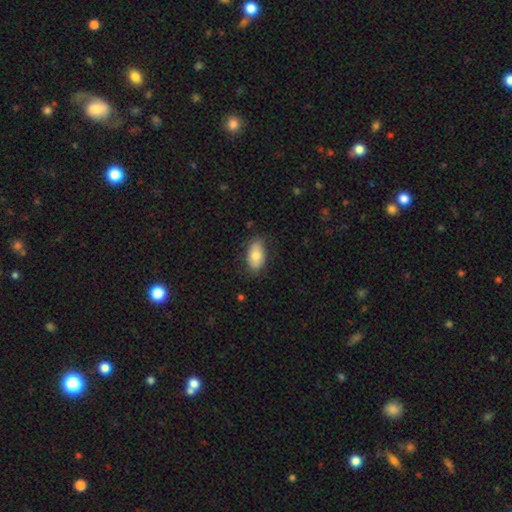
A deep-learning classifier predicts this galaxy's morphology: A smooth galaxy with no disk features (76%) that is in between round and cigar-shaped (93%). Merging: none (77%).